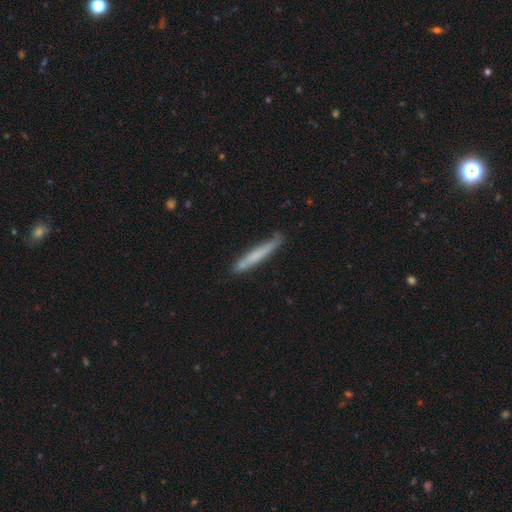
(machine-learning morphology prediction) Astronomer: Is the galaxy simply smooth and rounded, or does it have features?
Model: smooth — 62%.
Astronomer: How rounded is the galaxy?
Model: cigar-shaped — 95%.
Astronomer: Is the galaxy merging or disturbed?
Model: none — 76%.